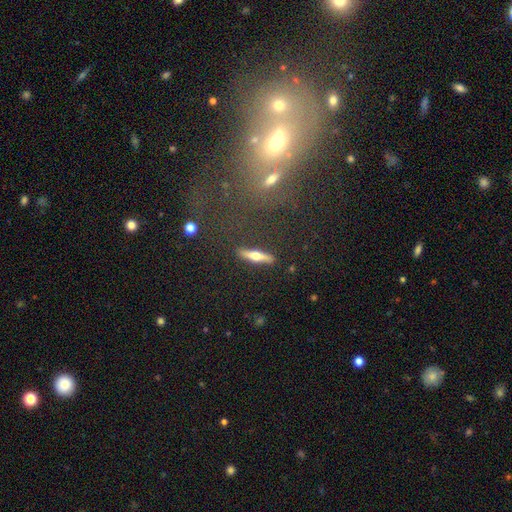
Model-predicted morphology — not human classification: smooth-or-featured: featured or disk: 56% | smooth: 37% | star or artifact: 7%
  disk-edge-on: yes: 93% | no: 7%
    edge-on-bulge: rounded: 94% | none: 3% | boxy: 3%
  merging: none: 89% | minor disturbance: 7% | major disturbance: 2% | merger: 2%